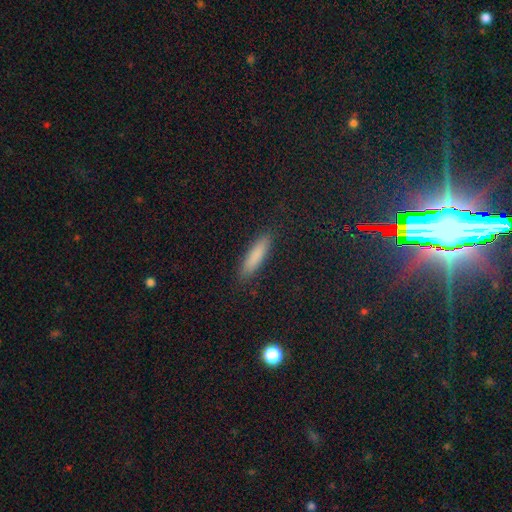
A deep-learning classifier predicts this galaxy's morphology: The model was most divided on "how rounded": cigar-shaped: 78%, in between: 20%, round: 2%. More confident: merging — none (89%); smooth or featured — smooth (83%).